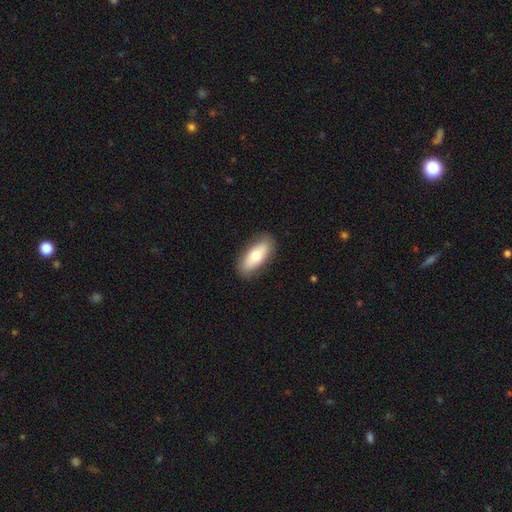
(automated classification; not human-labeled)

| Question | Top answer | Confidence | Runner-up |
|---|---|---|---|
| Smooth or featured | smooth | 70% | featured or disk (24%) |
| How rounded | in between | 81% | cigar-shaped (17%) |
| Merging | none | 86% | minor disturbance (10%) |